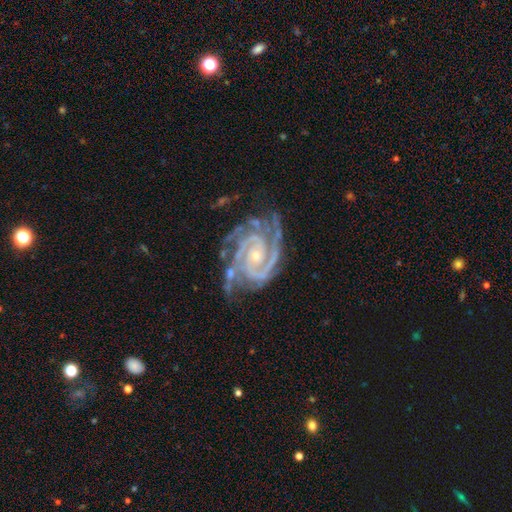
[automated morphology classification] Smooth or featured: featured or disk — 94% (star or artifact — 4%)
Edge-on disk: no — 98% (yes — 2%)
Bar: no — 62% (weak — 25%)
Spiral arms: yes — 99% (no — 1%)
Spiral winding: tight — 72% (medium — 26%)
Spiral arm count: 2 — 47% (3 — 30%)
Bulge size: small — 72% (moderate — 25%)
Merging: none — 65% (minor disturbance — 23%)